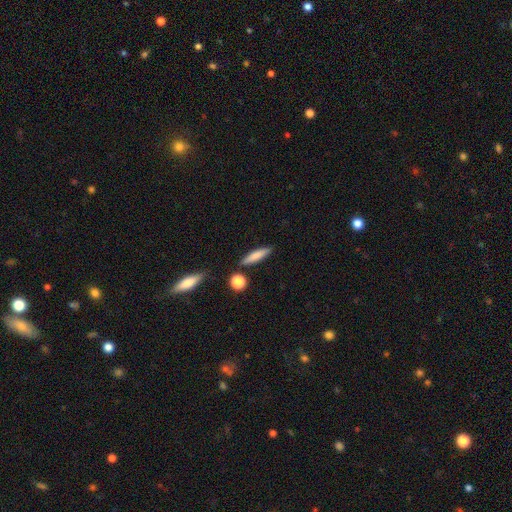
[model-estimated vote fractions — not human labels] Smooth or featured? Predicted: smooth (p=0.77). How rounded? Predicted: cigar-shaped (p=0.77). Merging? Predicted: none (p=0.83).